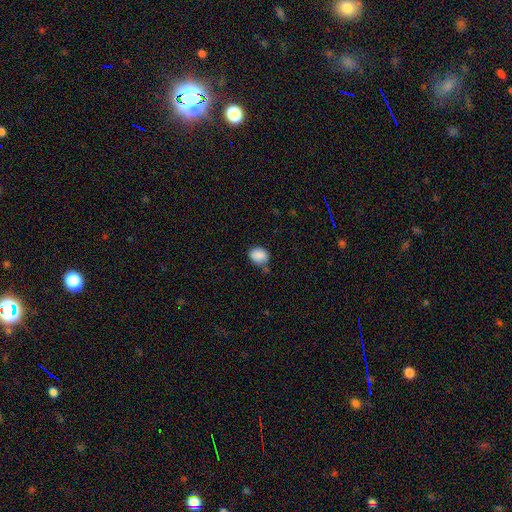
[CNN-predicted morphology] This appears to be a smooth galaxy with no disk features (88%) that is in between round and cigar-shaped (51%). Merging: none (70%).